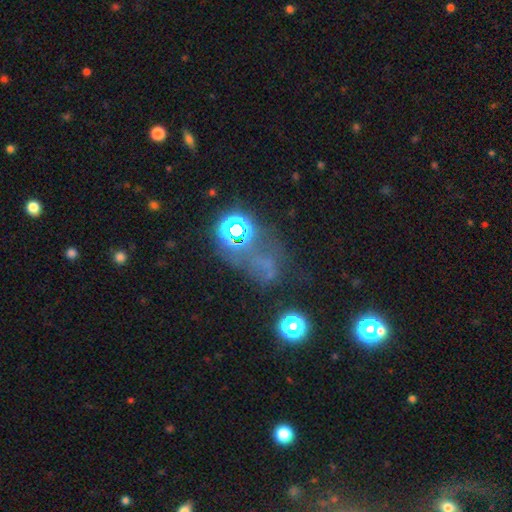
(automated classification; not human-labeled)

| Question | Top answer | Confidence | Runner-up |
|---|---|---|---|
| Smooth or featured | star or artifact | 47% | smooth (39%) |